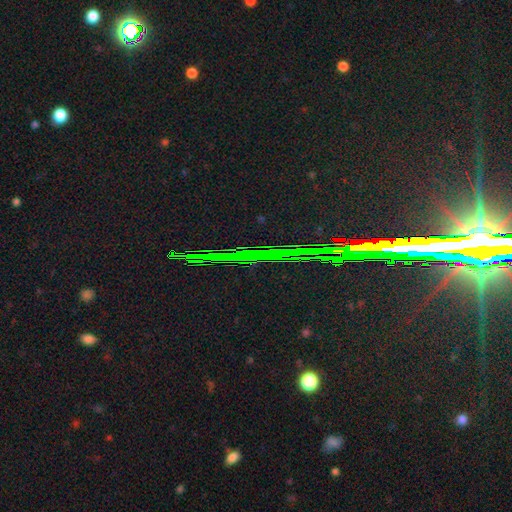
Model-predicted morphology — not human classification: The model was most divided on "smooth or featured": star or artifact: 79%, featured or disk: 13%, smooth: 9%.